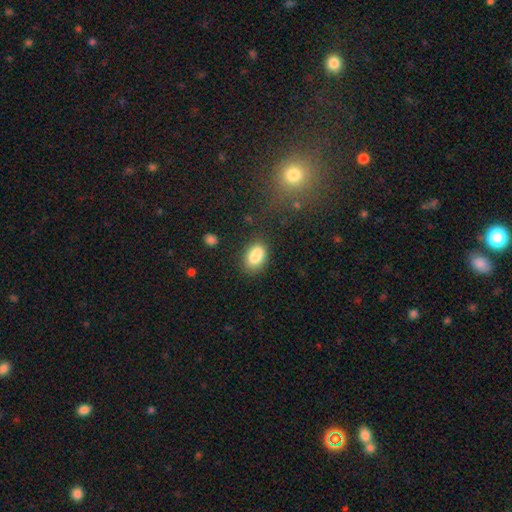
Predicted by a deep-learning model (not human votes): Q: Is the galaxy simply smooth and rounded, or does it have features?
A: smooth — 85%.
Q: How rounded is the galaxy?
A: in between — 86%.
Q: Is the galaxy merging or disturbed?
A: none — 75%.